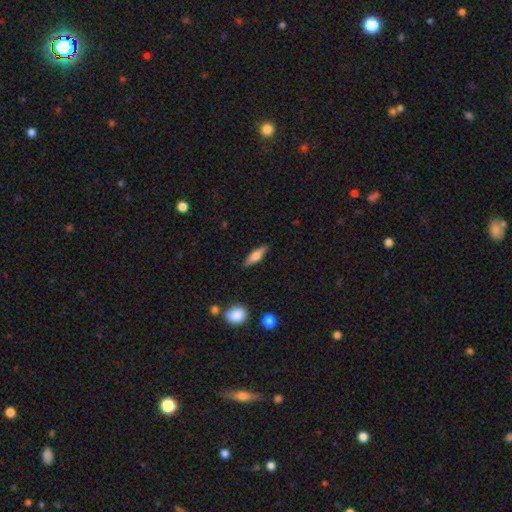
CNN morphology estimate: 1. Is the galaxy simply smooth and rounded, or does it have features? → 61% smooth, 33% featured or disk, 7% star or artifact.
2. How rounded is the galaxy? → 51% cigar-shaped, 46% in between, 3% round.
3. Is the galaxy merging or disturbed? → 85% none, 11% minor disturbance, 2% major disturbance, 2% merger.